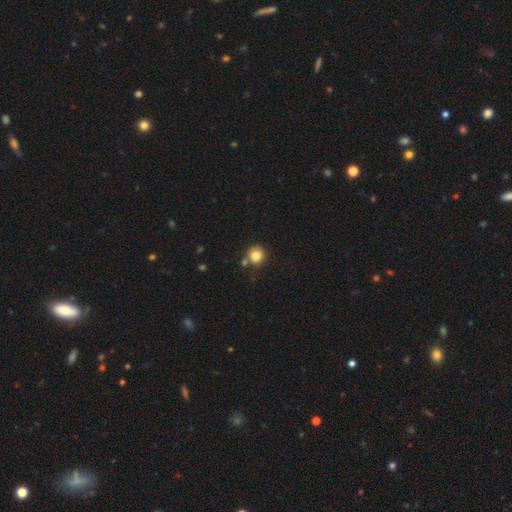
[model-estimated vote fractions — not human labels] Morphology: type=smooth (84%); roundness=round (92%); merging=none (72%).